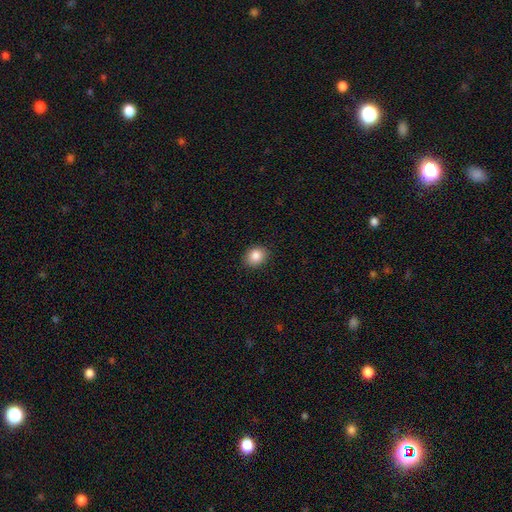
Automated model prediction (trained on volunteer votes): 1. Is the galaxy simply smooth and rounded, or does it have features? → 85% smooth, 9% star or artifact, 5% featured or disk.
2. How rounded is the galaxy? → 59% round, 40% in between, 1% cigar-shaped.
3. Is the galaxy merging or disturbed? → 89% none, 8% minor disturbance, 2% major disturbance, 1% merger.